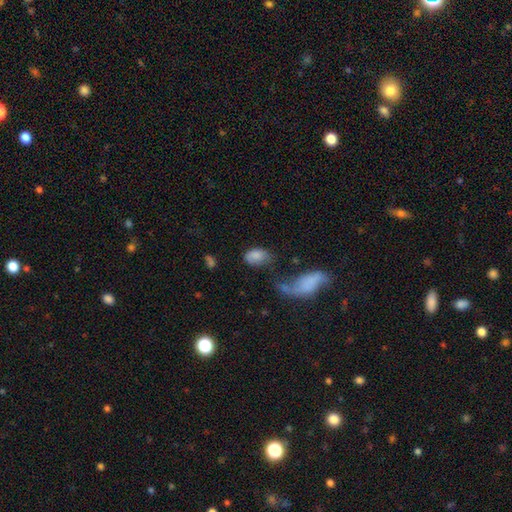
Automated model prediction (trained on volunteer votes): This appears to be a smooth galaxy with no disk features (81%) that is in between round and cigar-shaped (89%). Merging: none (46%).